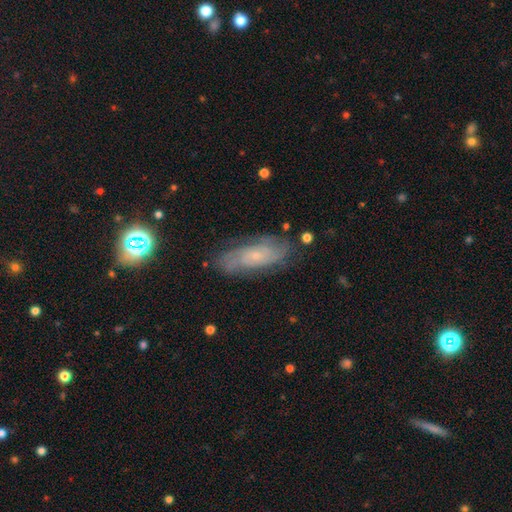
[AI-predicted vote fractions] Morphology: type=featured or disk (63%); edge-on=no (86%); bar=no (76%); spiral arms=yes (86%); bulge=small (75%); merging=none (74%).